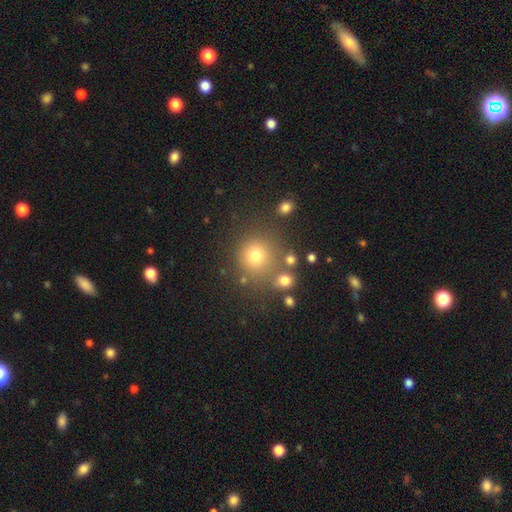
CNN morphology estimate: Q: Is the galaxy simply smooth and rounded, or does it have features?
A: smooth — 71%.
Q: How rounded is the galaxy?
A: round — 93%.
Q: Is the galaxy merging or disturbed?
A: none — 77%.